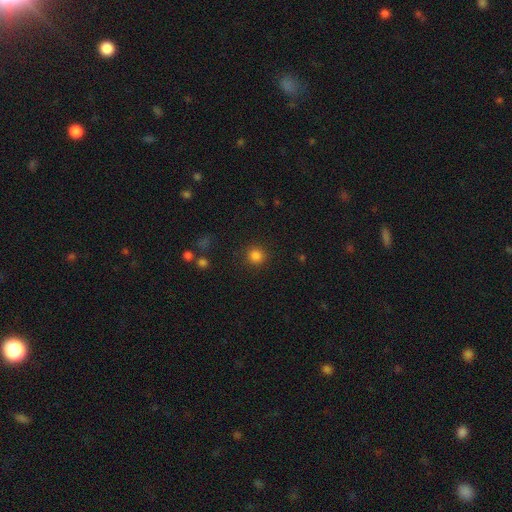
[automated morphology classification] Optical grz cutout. It shows a smooth galaxy with no disk features (84%) that is round (93%). Merging: none (90%).